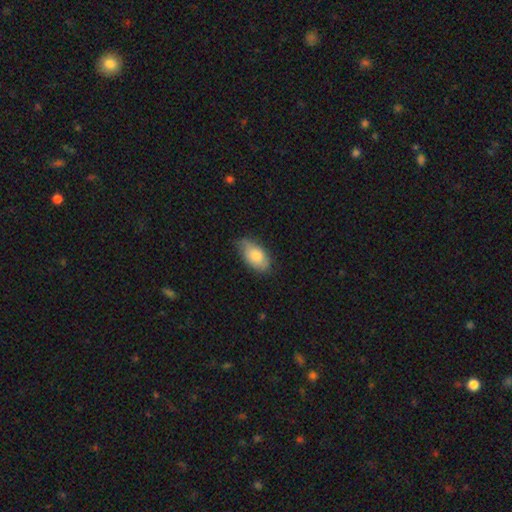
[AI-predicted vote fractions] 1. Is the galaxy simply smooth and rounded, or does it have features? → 78% smooth, 16% featured or disk, 6% star or artifact.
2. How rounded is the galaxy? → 92% in between, 5% round, 3% cigar-shaped.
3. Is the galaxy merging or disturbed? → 64% none, 30% minor disturbance, 5% major disturbance, 1% merger.